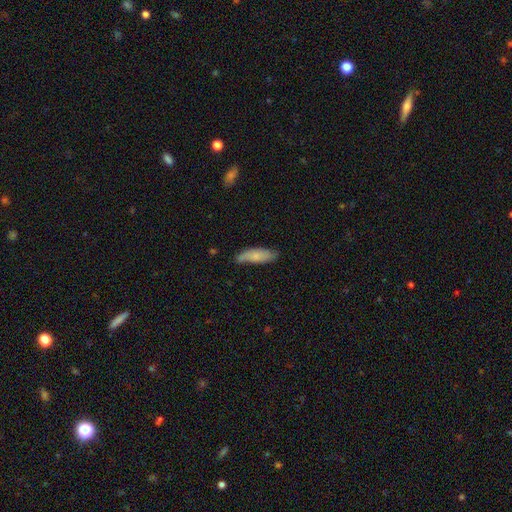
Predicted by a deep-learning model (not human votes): smooth 72%, featured or disk 22%, star or artifact 6%. Down the decision tree: how rounded — in between (54%); merging — none (66%).